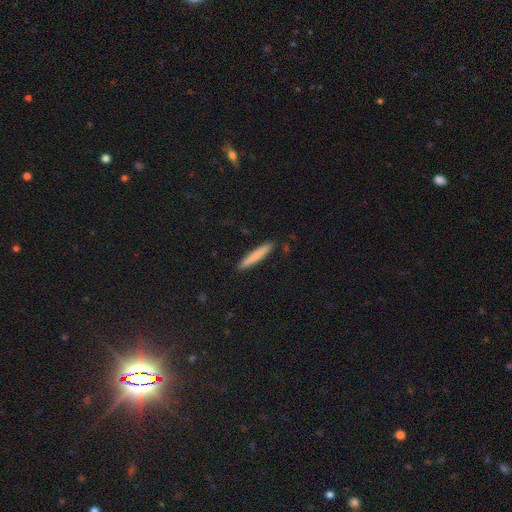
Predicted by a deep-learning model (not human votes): Morphology: type=smooth (78%); roundness=cigar-shaped (95%); merging=none (91%).